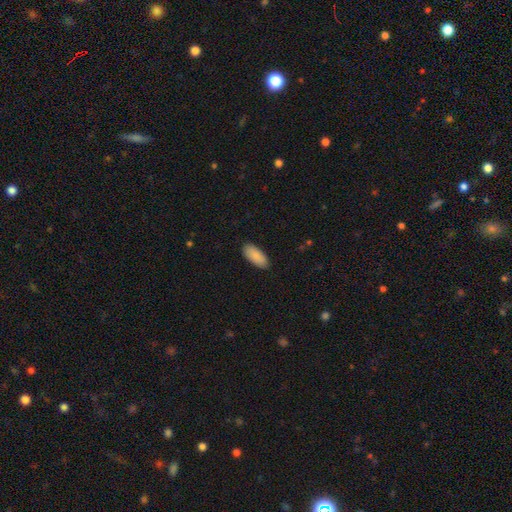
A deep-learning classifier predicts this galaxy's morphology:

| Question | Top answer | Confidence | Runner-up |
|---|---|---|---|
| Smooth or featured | smooth | 88% | featured or disk (6%) |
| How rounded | in between | 89% | cigar-shaped (10%) |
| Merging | none | 87% | minor disturbance (10%) |